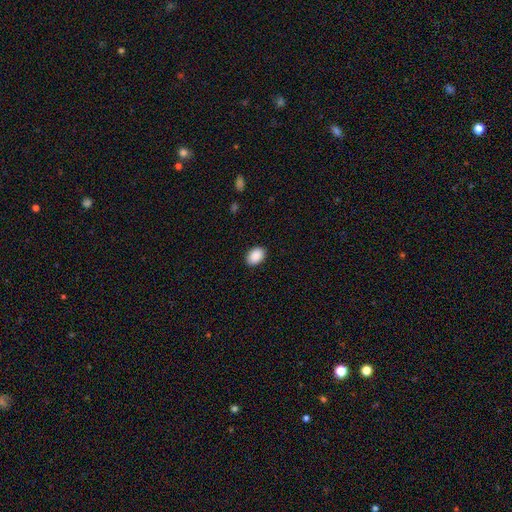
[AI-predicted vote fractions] smooth-or-featured: smooth: 91% | star or artifact: 7% | featured or disk: 2%
  how-rounded: in between: 84% | round: 15% | cigar-shaped: 1%
  merging: none: 90% | minor disturbance: 8% | major disturbance: 2% | merger: 1%